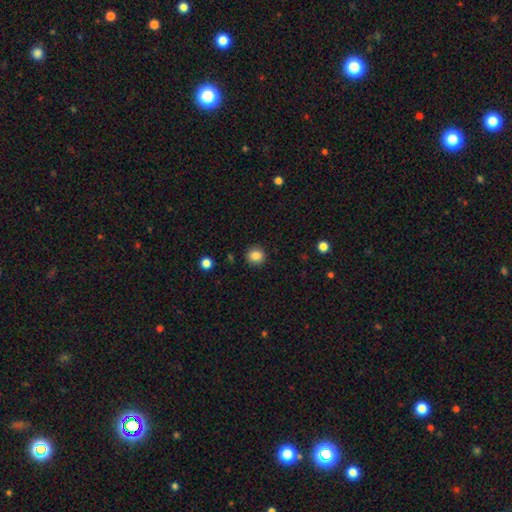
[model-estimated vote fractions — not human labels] The model was most divided on "smooth or featured": smooth: 85%, star or artifact: 10%, featured or disk: 4%. More confident: merging — none (90%); how rounded — round (90%).